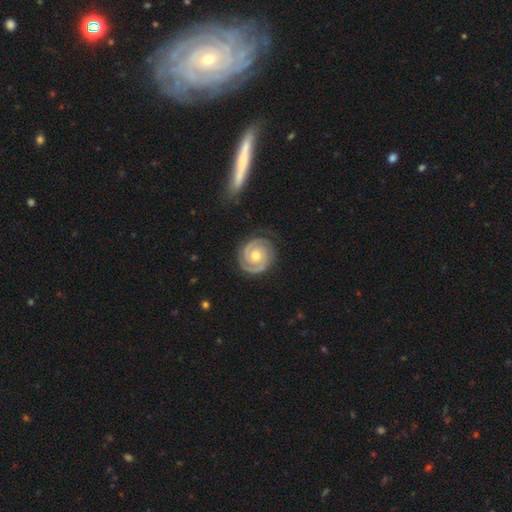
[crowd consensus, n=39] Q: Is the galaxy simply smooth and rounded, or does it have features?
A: featured or disk — 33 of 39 (85%).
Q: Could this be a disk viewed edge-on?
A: no — 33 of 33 (100%).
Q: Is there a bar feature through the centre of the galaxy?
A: no — 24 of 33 (73%).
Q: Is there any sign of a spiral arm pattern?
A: yes — 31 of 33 (94%).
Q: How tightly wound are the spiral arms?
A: tight — 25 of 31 (81%).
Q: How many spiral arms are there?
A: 2 — 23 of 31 (74%).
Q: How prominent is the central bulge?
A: moderate — 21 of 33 (64%).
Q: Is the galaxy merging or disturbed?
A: none — 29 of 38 (76%).